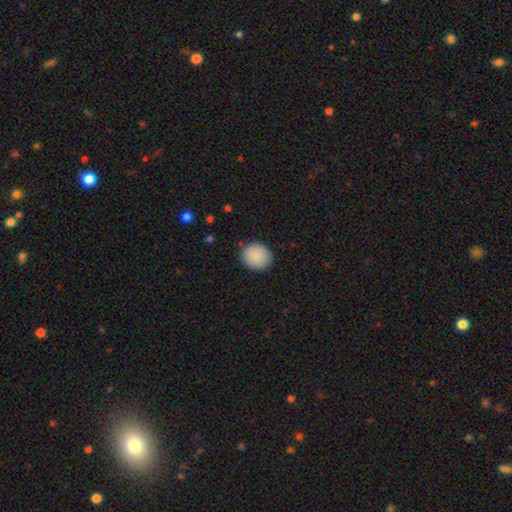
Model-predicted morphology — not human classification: Q: Smooth or featured?
A: smooth (89%); runner-up: star or artifact (7%)
Q: How rounded?
A: round (82%); runner-up: in between (17%)
Q: Merging?
A: none (89%); runner-up: minor disturbance (8%)